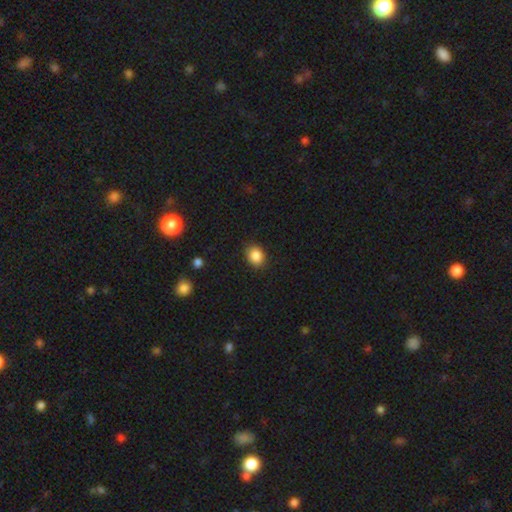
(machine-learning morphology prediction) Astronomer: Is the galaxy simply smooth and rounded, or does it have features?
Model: smooth — 86%.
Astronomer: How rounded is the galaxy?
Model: round — 50% (runner-up: in between, 49%).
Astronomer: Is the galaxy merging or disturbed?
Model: none — 85%.